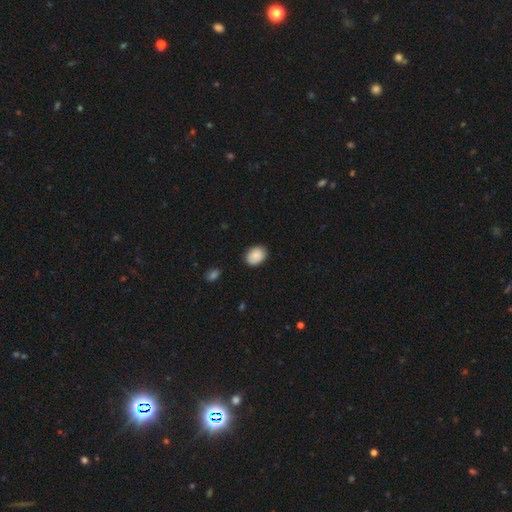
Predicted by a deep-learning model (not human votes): This is clearly a smooth galaxy (84%). How rounded: likely in between (63%). Merging: clearly none (84%).